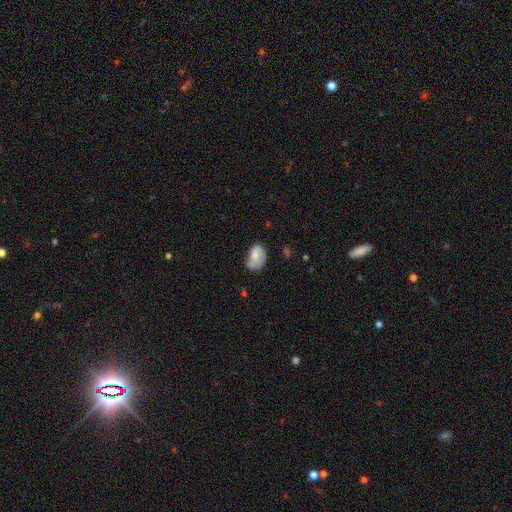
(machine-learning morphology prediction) Smooth or featured: smooth — 50% (featured or disk — 43%)
Merging: none — 48% (minor disturbance — 33%)